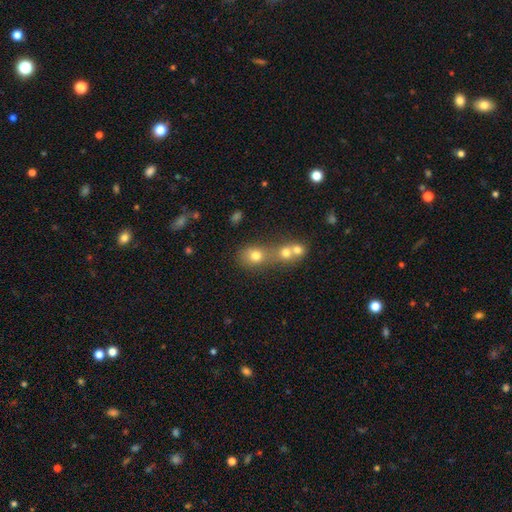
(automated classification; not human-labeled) Overall: smooth (72%). How rounded: round (68%; in between 30%). Merging: merger (57%; none 31%).